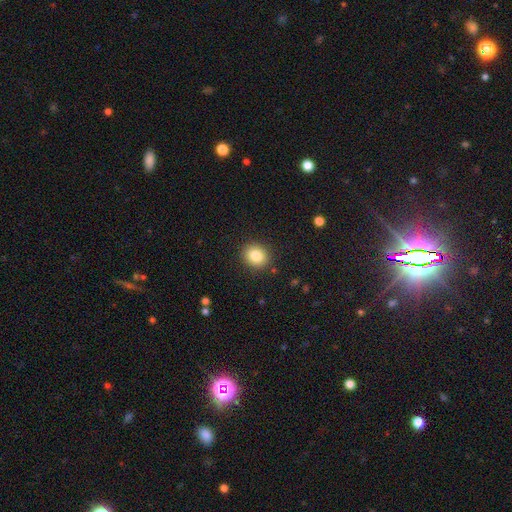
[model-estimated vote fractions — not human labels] smooth-or-featured: smooth: 83% | star or artifact: 10% | featured or disk: 7%
  how-rounded: round: 70% | in between: 29% | cigar-shaped: 1%
  merging: none: 89% | minor disturbance: 7% | major disturbance: 2% | merger: 1%